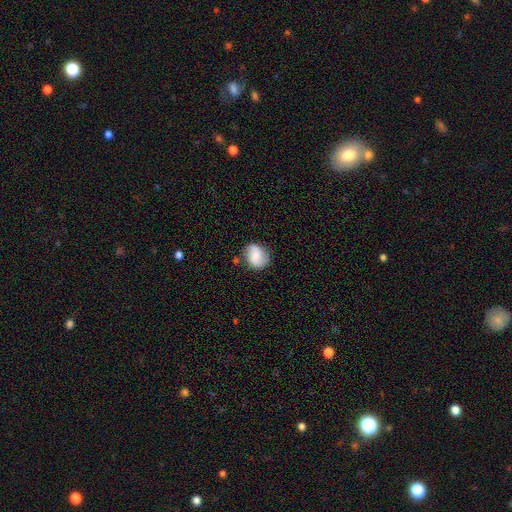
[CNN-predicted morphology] type=smooth (53%); roundness=round (60%); merging=none (74%).